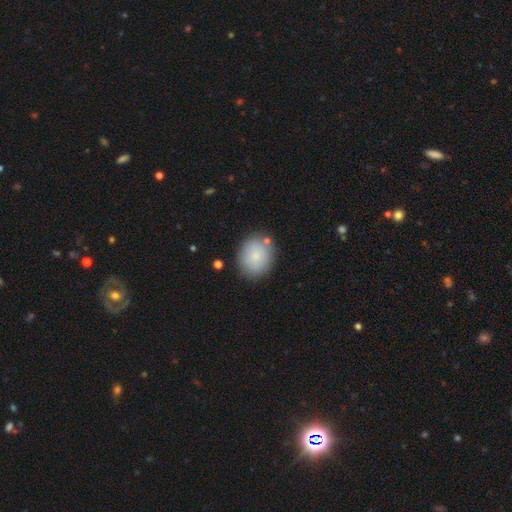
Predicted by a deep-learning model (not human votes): Smooth or featured? Predicted: smooth (p=0.82). How rounded? Predicted: round (p=0.58). Merging? Predicted: none (p=0.79).